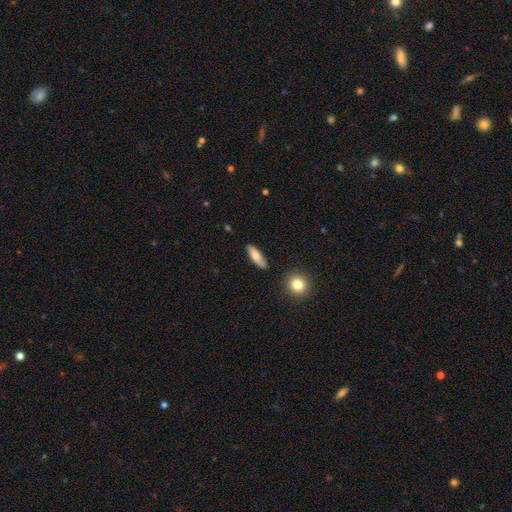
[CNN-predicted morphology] The model was most divided on "how rounded": cigar-shaped: 50%, in between: 47%, round: 3%. More confident: merging — none (83%); smooth or featured — smooth (76%).